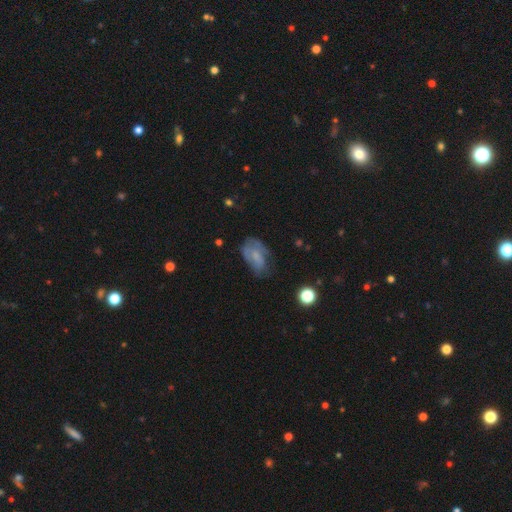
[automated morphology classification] Smooth or featured? Predicted: smooth (p=0.53). How rounded? Predicted: in between (p=0.88). Merging? Predicted: none (p=0.46).